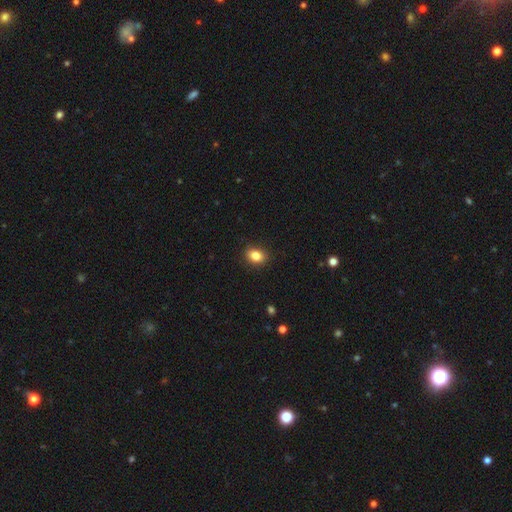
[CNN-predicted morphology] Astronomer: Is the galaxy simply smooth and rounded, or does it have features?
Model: smooth — 85%.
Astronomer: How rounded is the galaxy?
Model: in between — 71%.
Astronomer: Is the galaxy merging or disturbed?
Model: none — 88%.